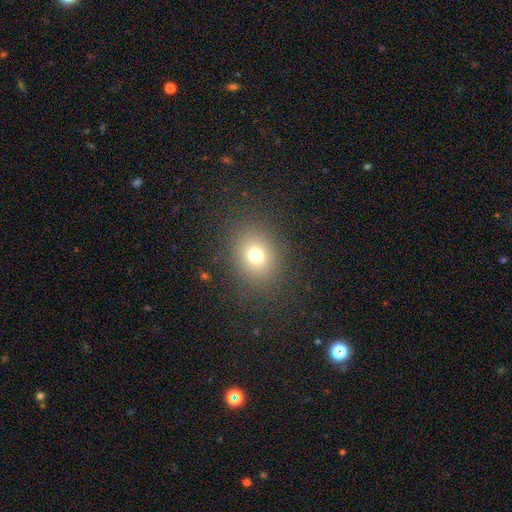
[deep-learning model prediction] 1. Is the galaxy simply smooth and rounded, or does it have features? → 72% smooth, 17% star or artifact, 11% featured or disk.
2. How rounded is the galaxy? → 64% round, 35% in between, 1% cigar-shaped.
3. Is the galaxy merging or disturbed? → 84% none, 9% minor disturbance, 6% major disturbance, 1% merger.